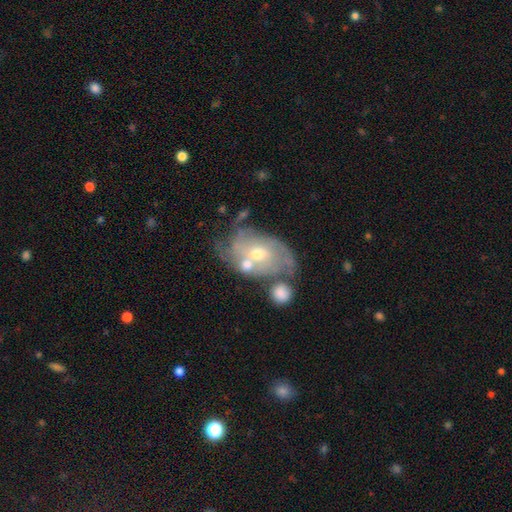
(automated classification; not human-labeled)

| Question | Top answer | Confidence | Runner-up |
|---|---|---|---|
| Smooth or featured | featured or disk | 76% | smooth (16%) |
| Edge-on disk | no | 96% | yes (4%) |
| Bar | no | 69% | weak (25%) |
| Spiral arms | yes | 82% | no (18%) |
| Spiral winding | tight | 46% | medium (38%) |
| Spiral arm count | can't tell | 41% | 2 (29%) |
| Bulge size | moderate | 55% | small (40%) |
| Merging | none | 42% | merger (26%) |